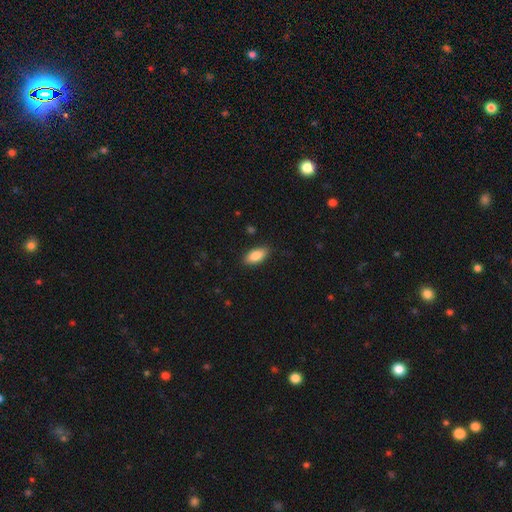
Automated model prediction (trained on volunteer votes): smooth_or_featured: smooth (p=0.85) [alt: featured or disk p=0.09]
how_rounded: in between (p=0.89) [alt: cigar-shaped p=0.09]
merging: none (p=0.86) [alt: minor disturbance p=0.10]